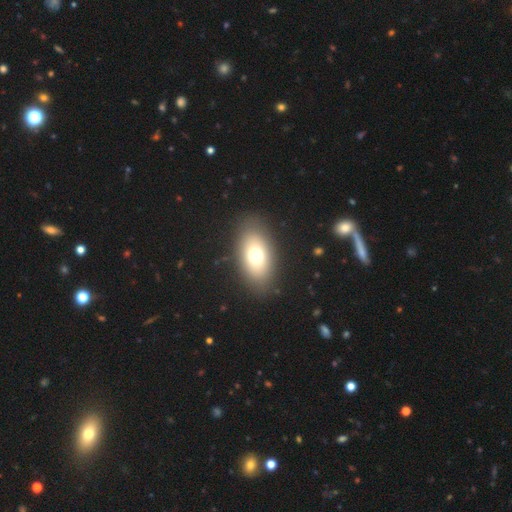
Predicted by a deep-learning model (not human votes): Smooth or featured? Predicted: smooth (p=0.71). How rounded? Predicted: in between (p=0.87). Merging? Predicted: none (p=0.85).